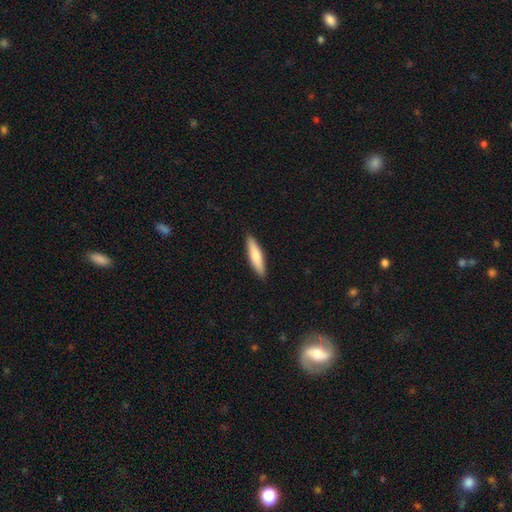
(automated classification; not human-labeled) Morphology: type=smooth (73%); roundness=cigar-shaped (79%); merging=none (90%).